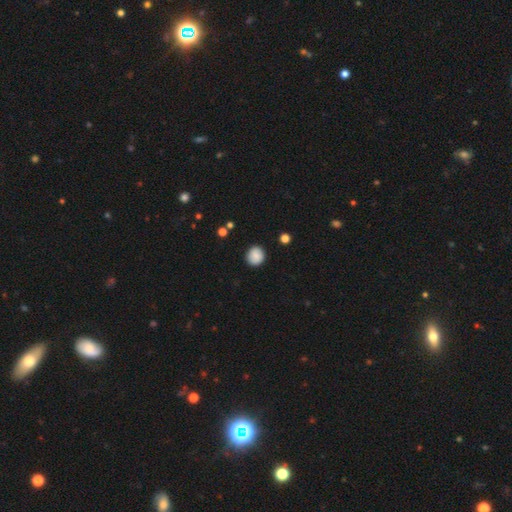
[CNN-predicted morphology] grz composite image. It shows a smooth galaxy with no disk features (87%) that is round (87%). Merging: none (88%).